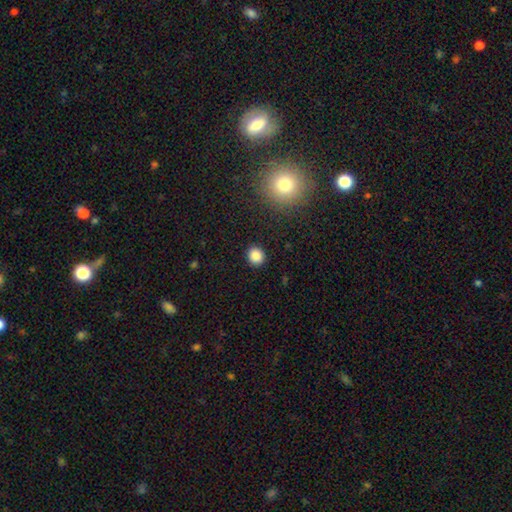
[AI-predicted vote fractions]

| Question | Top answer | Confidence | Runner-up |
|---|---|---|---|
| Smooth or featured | smooth | 86% | star or artifact (11%) |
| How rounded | round | 78% | in between (21%) |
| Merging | none | 90% | minor disturbance (6%) |